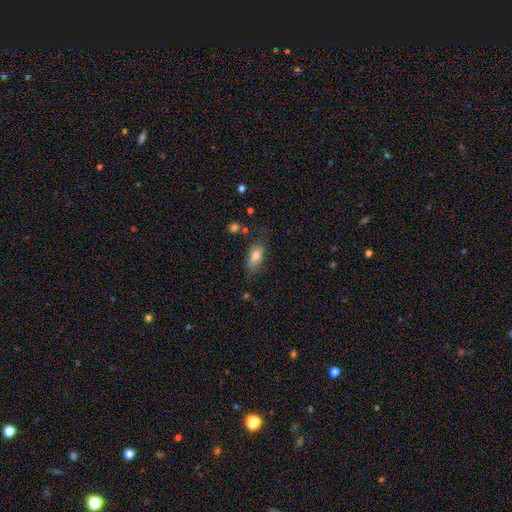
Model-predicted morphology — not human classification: Smooth or featured?
  - smooth: 77% *
  - featured or disk: 16%
  - star or artifact: 8%
How rounded?
  - in between: 85% *
  - cigar-shaped: 12%
  - round: 4%
Merging?
  - none: 67% *
  - minor disturbance: 22%
  - major disturbance: 7%
  - merger: 3%